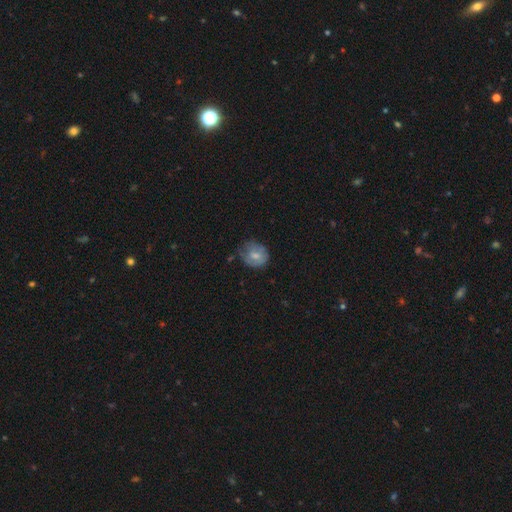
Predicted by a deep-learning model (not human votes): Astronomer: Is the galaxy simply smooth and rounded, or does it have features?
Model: smooth — 62%.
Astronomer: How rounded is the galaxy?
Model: round — 70%.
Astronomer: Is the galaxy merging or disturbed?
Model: none — 56% (runner-up: minor disturbance, 31%).